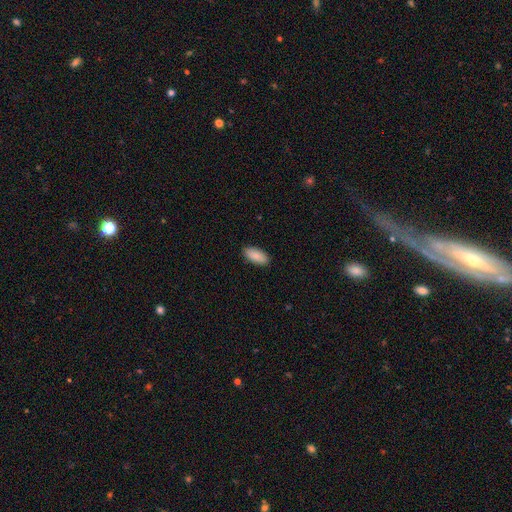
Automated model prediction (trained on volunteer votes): This is clearly a smooth galaxy (90%). How rounded: clearly in between (88%). Merging: clearly none (90%).